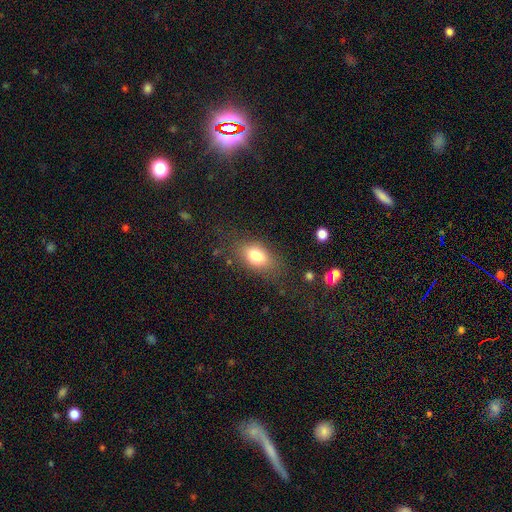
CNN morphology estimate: Smooth or featured: smooth — 79% (featured or disk — 12%)
How rounded: in between — 86% (round — 11%)
Merging: none — 68% (minor disturbance — 19%)